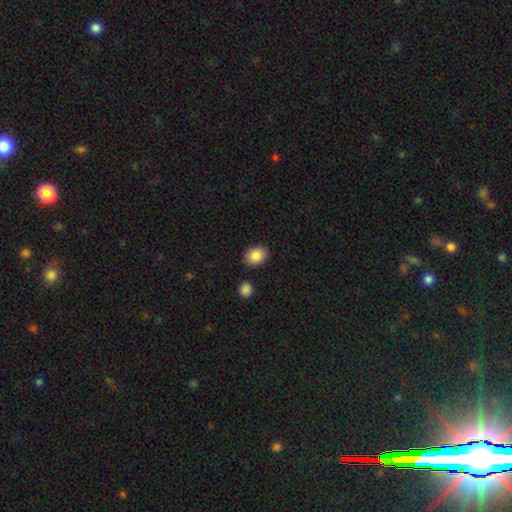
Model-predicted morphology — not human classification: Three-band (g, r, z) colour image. It shows a smooth galaxy with no disk features (87%) that is in between round and cigar-shaped (57%). Merging: none (86%).